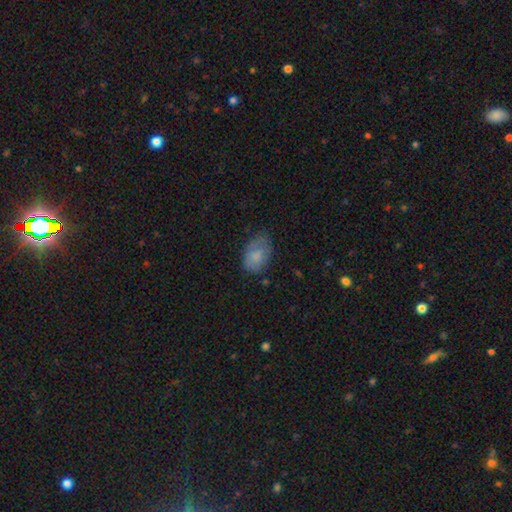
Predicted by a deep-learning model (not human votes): Smooth or featured? smooth (73%)
How rounded? in between (86%)
Merging? none (58%)